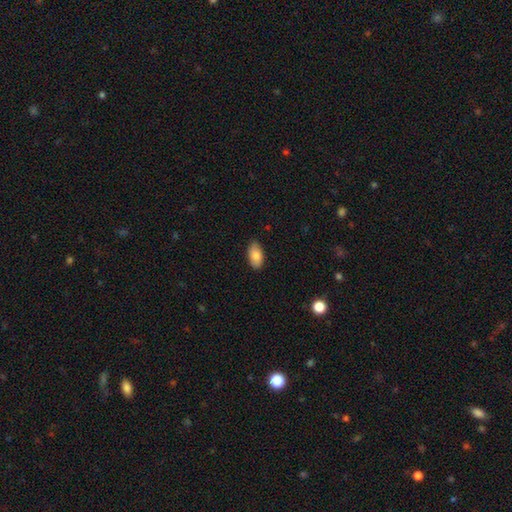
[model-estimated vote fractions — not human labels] This is clearly a smooth galaxy (84%). How rounded: clearly in between (94%). Merging: clearly none (87%).